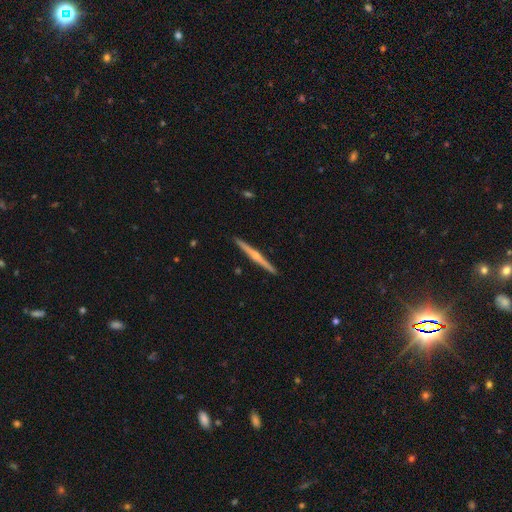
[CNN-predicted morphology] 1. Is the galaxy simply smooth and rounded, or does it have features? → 75% featured or disk, 20% smooth, 5% star or artifact.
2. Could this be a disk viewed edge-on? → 98% yes, 2% no.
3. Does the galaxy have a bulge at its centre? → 81% rounded, 14% none, 5% boxy.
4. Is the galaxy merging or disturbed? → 93% none, 5% minor disturbance, 1% major disturbance, 1% merger.